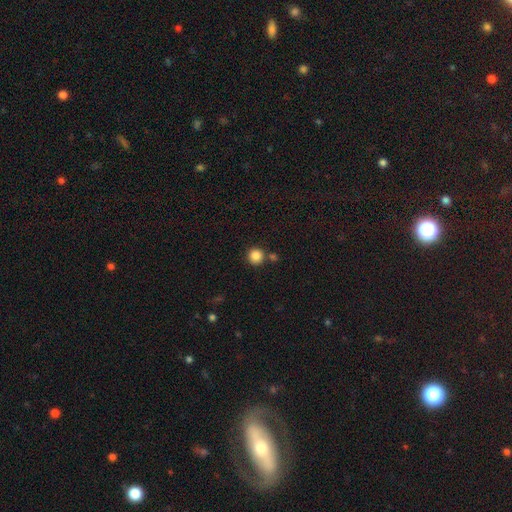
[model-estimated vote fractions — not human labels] Smooth or featured?
  - smooth: 86% *
  - star or artifact: 10%
  - featured or disk: 4%
How rounded?
  - round: 94% *
  - in between: 5%
  - cigar-shaped: 1%
Merging?
  - none: 78% *
  - merger: 11%
  - minor disturbance: 8%
  - major disturbance: 3%